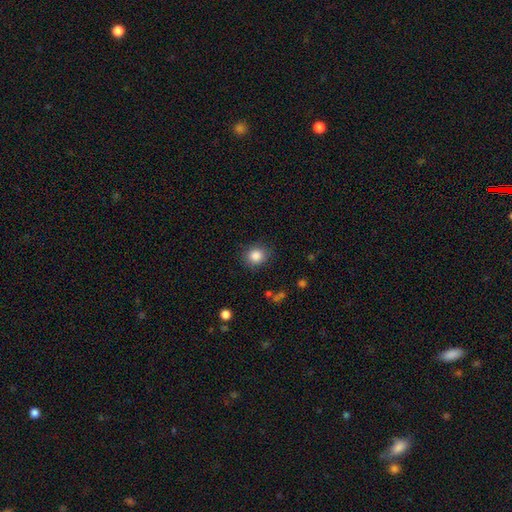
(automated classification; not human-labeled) Smooth or featured?
  - smooth: 86% *
  - star or artifact: 10%
  - featured or disk: 5%
How rounded?
  - round: 78% *
  - in between: 22%
  - cigar-shaped: 1%
Merging?
  - none: 85% *
  - minor disturbance: 10%
  - major disturbance: 3%
  - merger: 1%